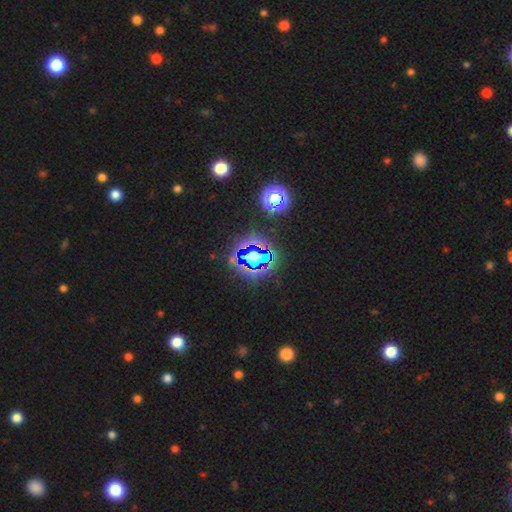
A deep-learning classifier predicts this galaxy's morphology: Q: Smooth or featured?
A: star or artifact (80%); runner-up: smooth (13%)